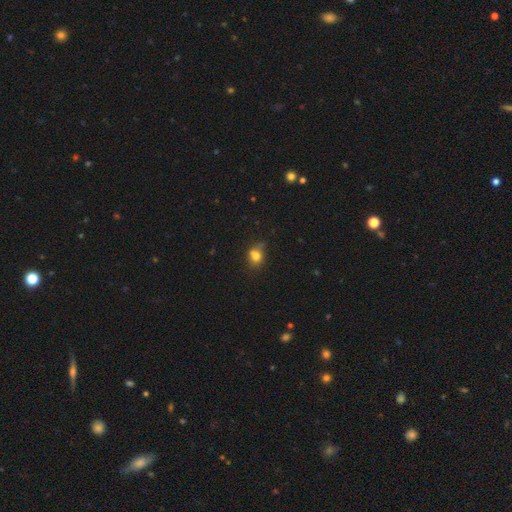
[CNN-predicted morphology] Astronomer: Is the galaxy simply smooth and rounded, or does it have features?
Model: smooth — 75%.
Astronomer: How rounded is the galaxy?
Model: in between — 50% (runner-up: round, 48%).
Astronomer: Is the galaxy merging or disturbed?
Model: none — 49% (runner-up: minor disturbance, 29%).